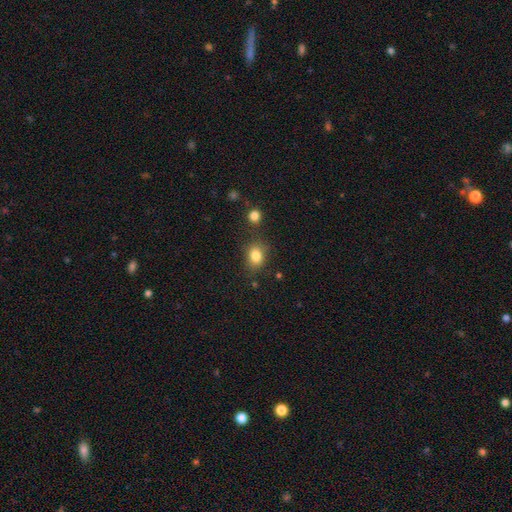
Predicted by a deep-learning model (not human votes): smooth_or_featured: smooth (p=0.83) [alt: star or artifact p=0.11]
how_rounded: in between (p=0.59) [alt: round p=0.40]
merging: none (p=0.74) [alt: minor disturbance p=0.16]